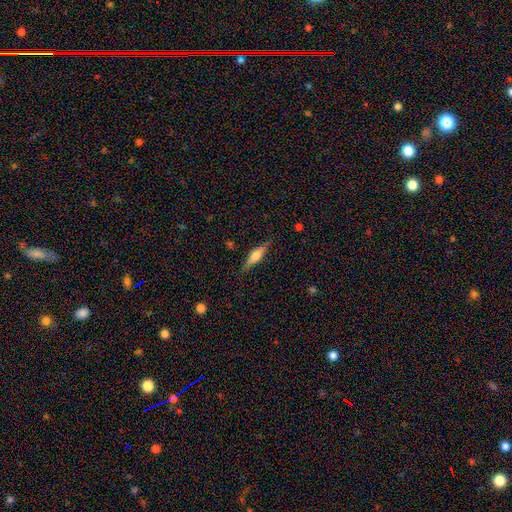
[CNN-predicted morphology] featured or disk 53%, smooth 40%, star or artifact 7%. Down the decision tree: edge-on disk — yes (93%); merging — none (84%).